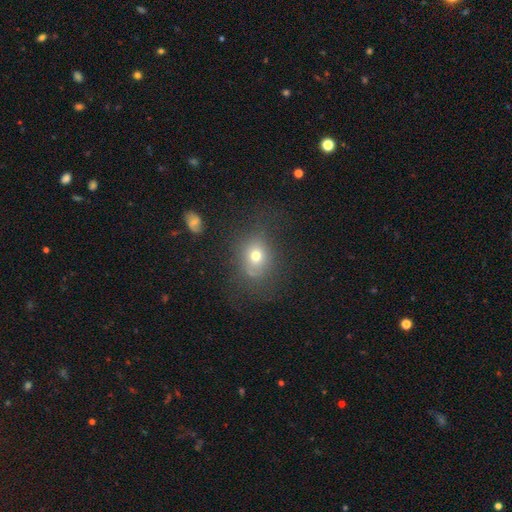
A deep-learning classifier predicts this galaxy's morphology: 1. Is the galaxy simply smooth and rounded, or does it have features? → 70% smooth, 15% star or artifact, 15% featured or disk.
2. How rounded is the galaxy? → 60% round, 38% in between, 1% cigar-shaped.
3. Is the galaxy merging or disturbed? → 68% none, 18% minor disturbance, 12% major disturbance, 2% merger.